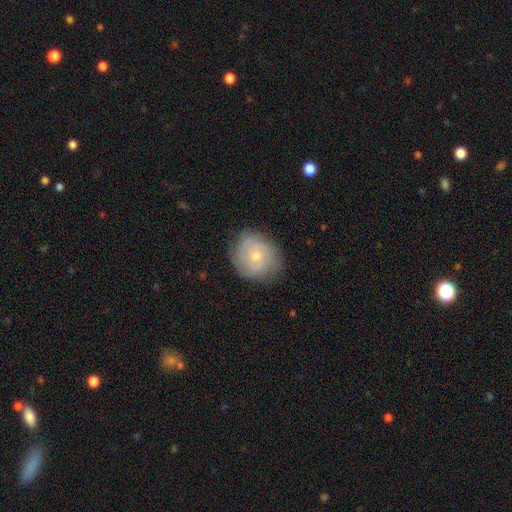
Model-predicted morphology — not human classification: A featured or disk galaxy (52%). Merging: none (78%).